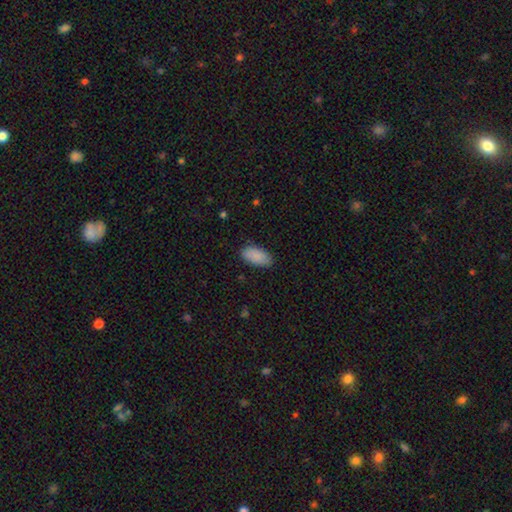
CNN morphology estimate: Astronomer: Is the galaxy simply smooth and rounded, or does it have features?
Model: smooth — 89%.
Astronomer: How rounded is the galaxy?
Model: in between — 93%.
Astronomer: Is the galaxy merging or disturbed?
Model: none — 83%.